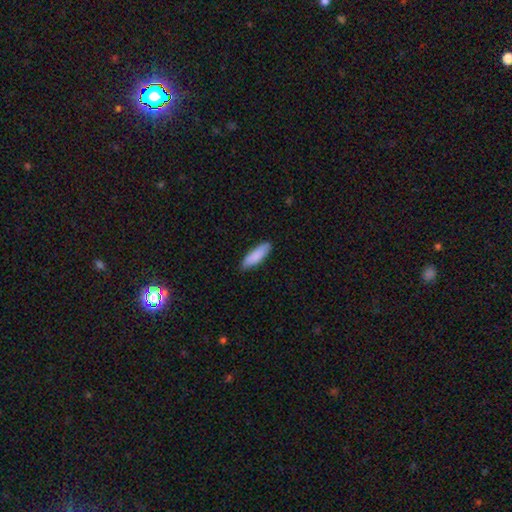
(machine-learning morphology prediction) A smooth galaxy with no disk features (87%) that is cigar-shaped (51%). Merging: none (84%).